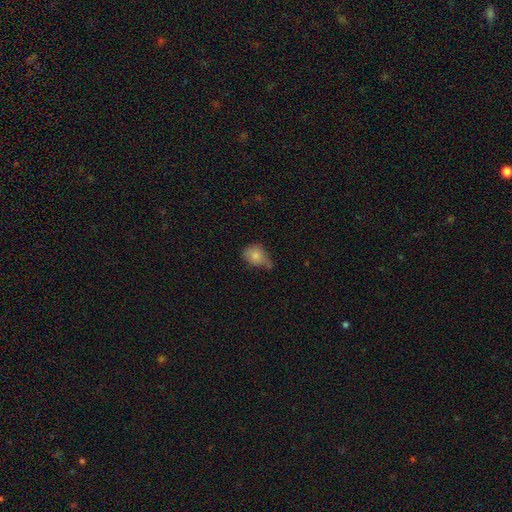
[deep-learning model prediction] This appears to be a smooth galaxy with no disk features (80%) that is in between round and cigar-shaped (49%, tied with round). Merging: none (44%).